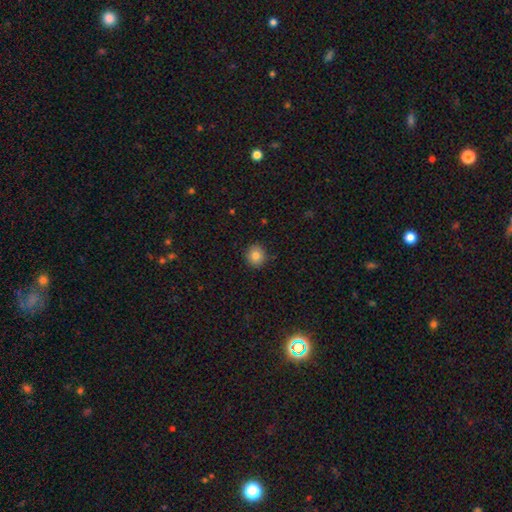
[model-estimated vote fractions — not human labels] smooth_or_featured: smooth (p=0.82) [alt: star or artifact p=0.11]
how_rounded: round (p=0.89) [alt: in between p=0.10]
merging: none (p=0.90) [alt: minor disturbance p=0.07]